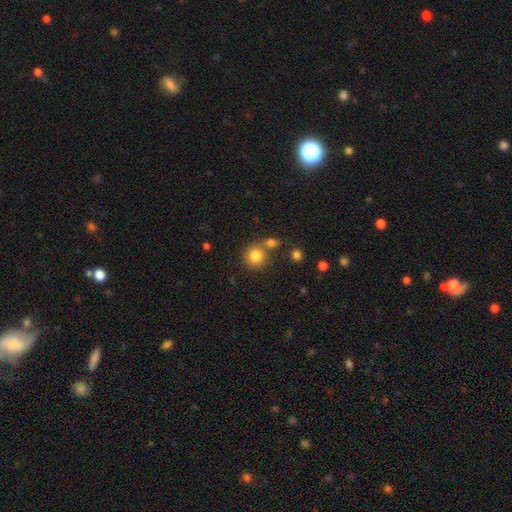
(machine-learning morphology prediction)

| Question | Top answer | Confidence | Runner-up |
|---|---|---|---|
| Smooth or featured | smooth | 83% | star or artifact (11%) |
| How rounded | round | 89% | in between (10%) |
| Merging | none | 65% | merger (22%) |